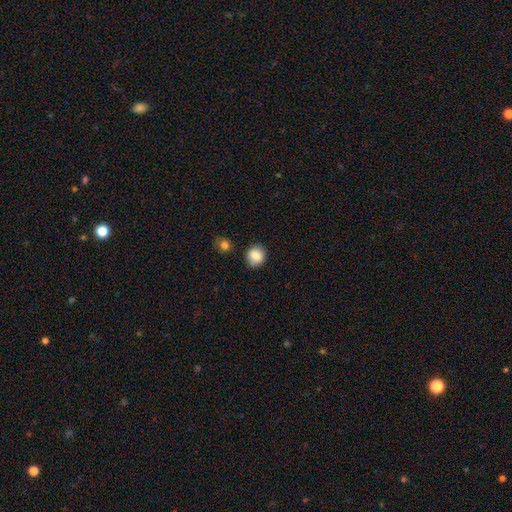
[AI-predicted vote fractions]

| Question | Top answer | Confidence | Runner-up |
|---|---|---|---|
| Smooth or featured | smooth | 84% | star or artifact (9%) |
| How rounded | round | 82% | in between (17%) |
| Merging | none | 78% | minor disturbance (14%) |